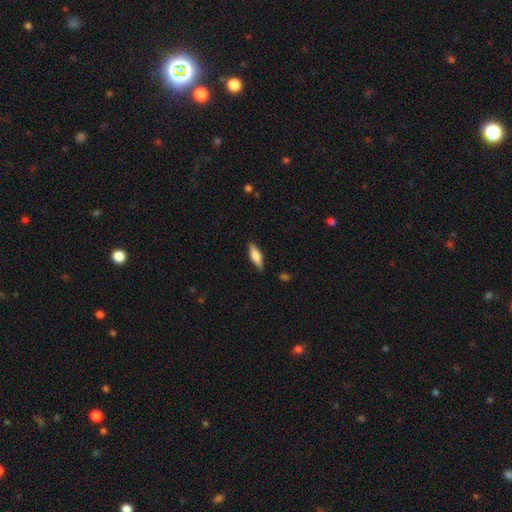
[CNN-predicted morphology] This is likely a smooth galaxy (68%). How rounded: possibly in between (53%). Merging: clearly none (86%).